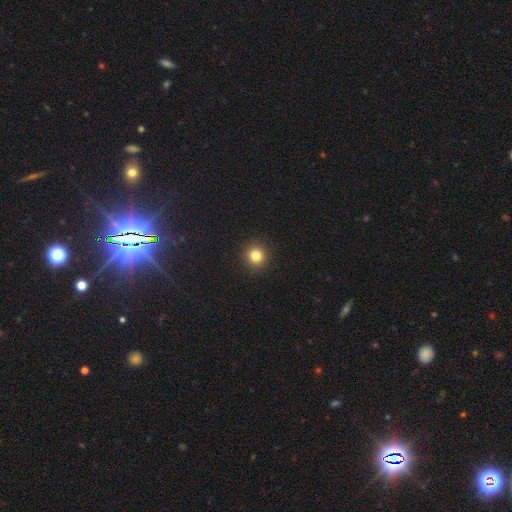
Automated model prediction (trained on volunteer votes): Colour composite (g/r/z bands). It shows a smooth galaxy with no disk features (82%) that is round (93%). Merging: none (93%).